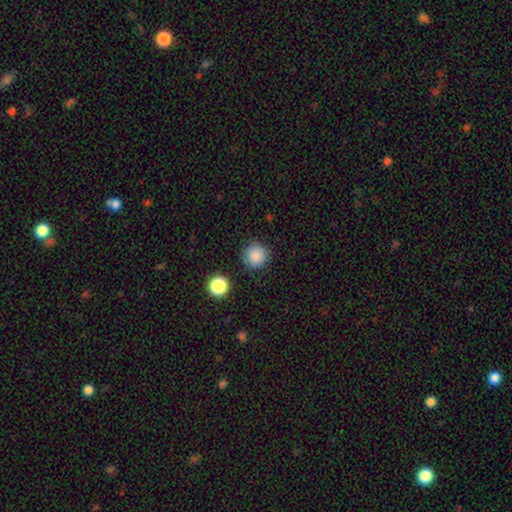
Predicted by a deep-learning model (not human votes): Overall: smooth (86%). How rounded: round (95%). Merging: none (88%).